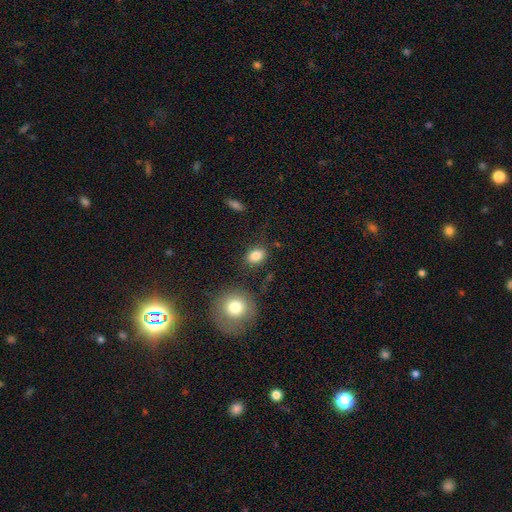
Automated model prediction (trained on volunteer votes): Overall: smooth (83%). How rounded: in between (68%; round 31%). Merging: none (79%).